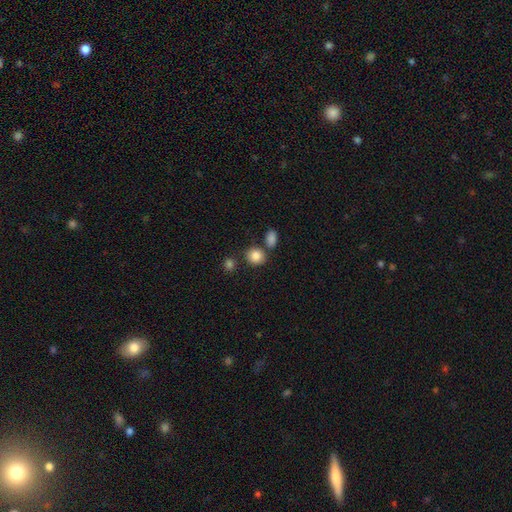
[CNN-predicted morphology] Q: Smooth or featured?
A: smooth (85%); runner-up: star or artifact (9%)
Q: How rounded?
A: round (74%); runner-up: in between (25%)
Q: Merging?
A: none (72%); runner-up: merger (14%)